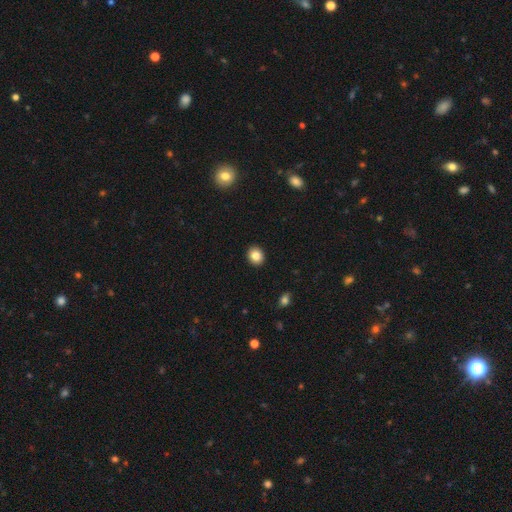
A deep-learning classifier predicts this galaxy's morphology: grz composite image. It shows a smooth galaxy with no disk features (85%) that is round (74%). Merging: none (92%).